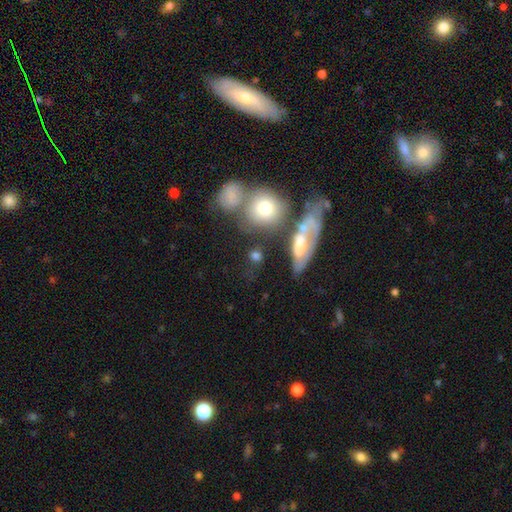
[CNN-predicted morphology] A smooth galaxy with no disk features (66%) that is round (63%). Merging: none (50%).